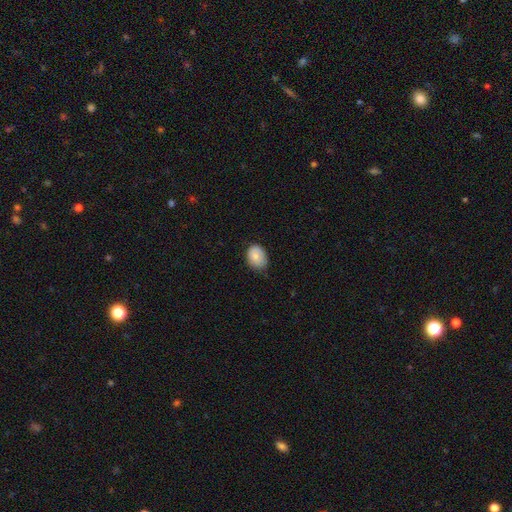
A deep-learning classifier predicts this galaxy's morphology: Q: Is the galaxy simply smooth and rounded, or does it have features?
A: smooth — 81%.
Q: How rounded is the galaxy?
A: in between — 67%.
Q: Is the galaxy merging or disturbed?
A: none — 71%.